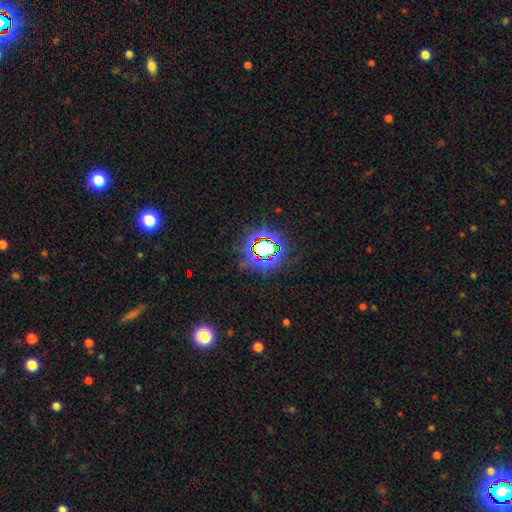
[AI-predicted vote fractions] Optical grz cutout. It shows a star or artifact, not a galaxy (72%).